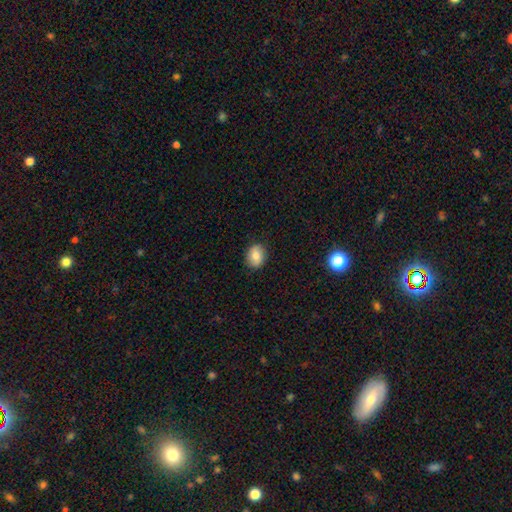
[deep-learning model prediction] Smooth or featured? Predicted: smooth (p=0.78). How rounded? Predicted: in between (p=0.57). Merging? Predicted: none (p=0.88).